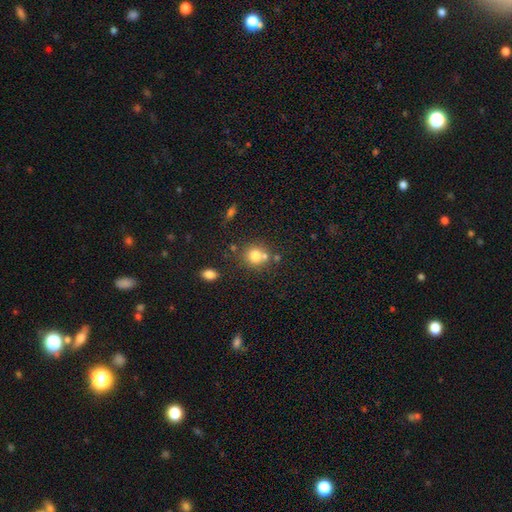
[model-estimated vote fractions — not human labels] Overall: smooth (76%). How rounded: round (83%). Merging: none (57%; merger 28%).